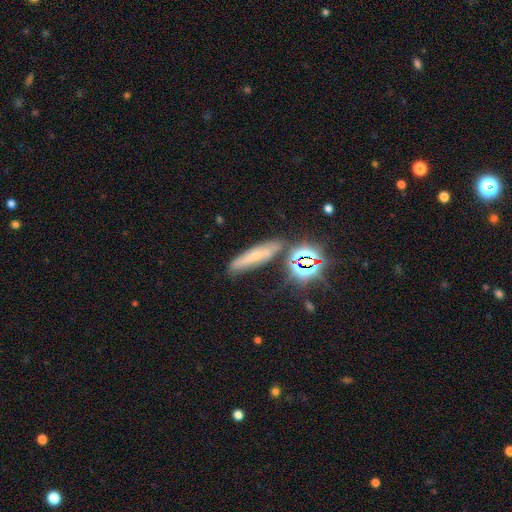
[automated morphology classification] Smooth or featured: smooth — 47% (star or artifact — 28%)
Merging: none — 74% (minor disturbance — 15%)